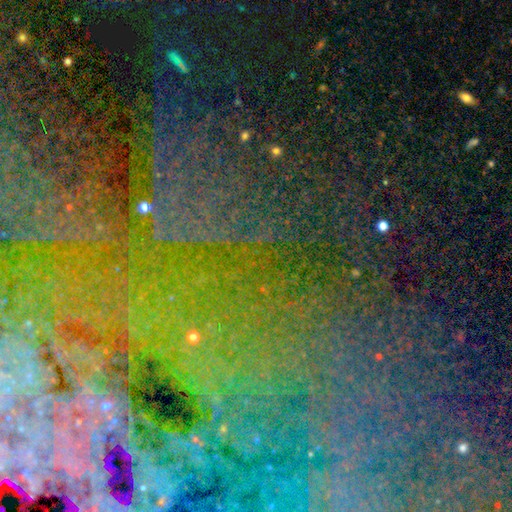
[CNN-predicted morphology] smooth-or-featured: star or artifact: 71% | featured or disk: 17% | smooth: 11%